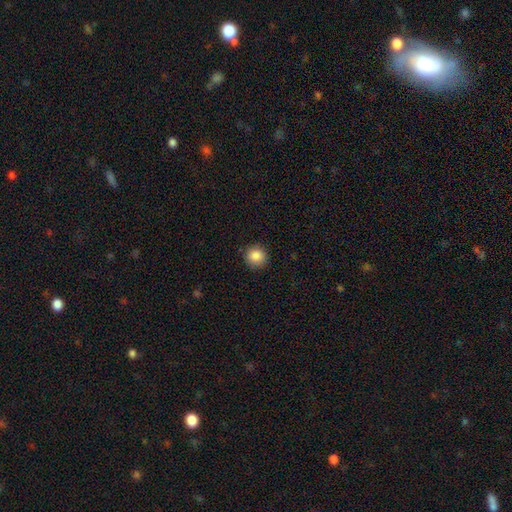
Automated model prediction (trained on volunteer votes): smooth 87%, star or artifact 10%, featured or disk 4%. Down the decision tree: how rounded — round (94%); merging — none (90%).